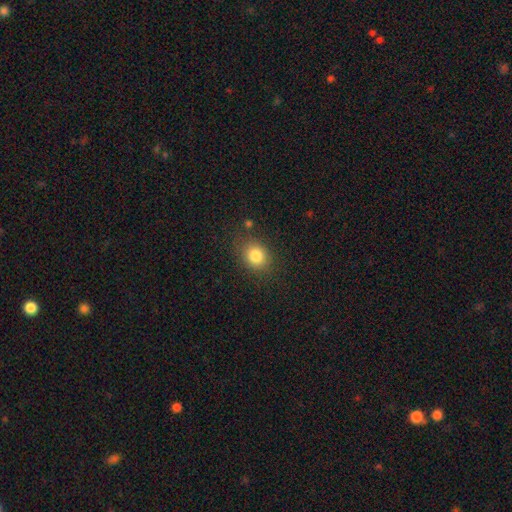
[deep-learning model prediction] smooth 82%, star or artifact 11%, featured or disk 7%. Down the decision tree: how rounded — round (61%); merging — none (82%).